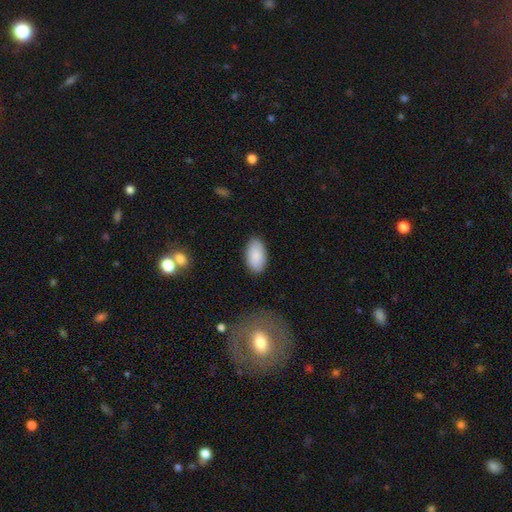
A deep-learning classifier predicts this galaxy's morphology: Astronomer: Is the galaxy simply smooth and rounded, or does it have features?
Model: smooth — 89%.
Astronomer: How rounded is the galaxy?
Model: in between — 95%.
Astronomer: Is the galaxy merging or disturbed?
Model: none — 86%.